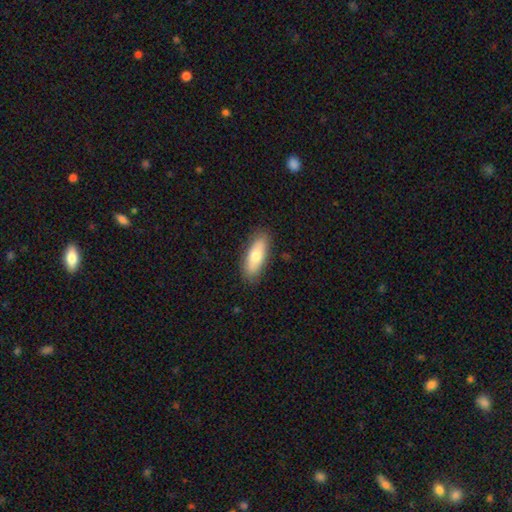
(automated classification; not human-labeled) This appears to be a smooth galaxy with no disk features (71%) that is in between round and cigar-shaped (67%). Merging: none (87%).